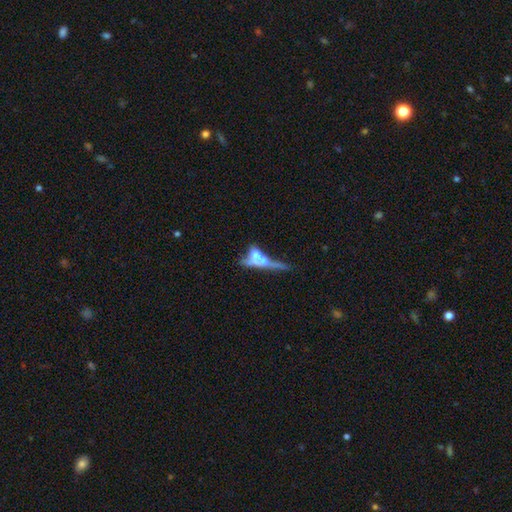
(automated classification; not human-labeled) This is possibly a featured or disk galaxy (48%). Merging: likely merger (61%).